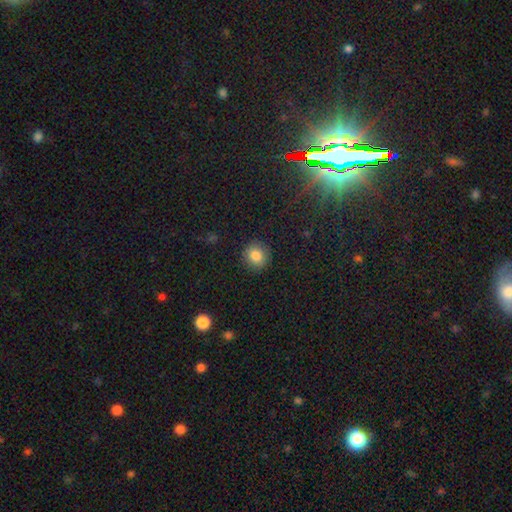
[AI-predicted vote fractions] This appears to be a smooth galaxy with no disk features (84%) that is round (85%). Merging: none (90%).